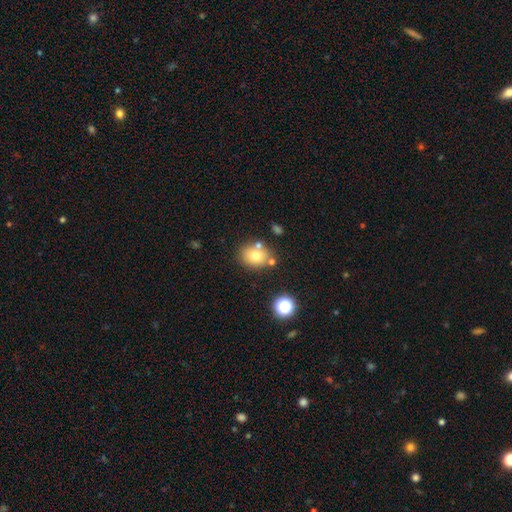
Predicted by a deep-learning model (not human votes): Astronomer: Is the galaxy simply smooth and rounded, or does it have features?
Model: smooth — 74%.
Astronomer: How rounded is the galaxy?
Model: round — 54% (runner-up: in between, 45%).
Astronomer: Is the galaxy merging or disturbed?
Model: none — 70%.